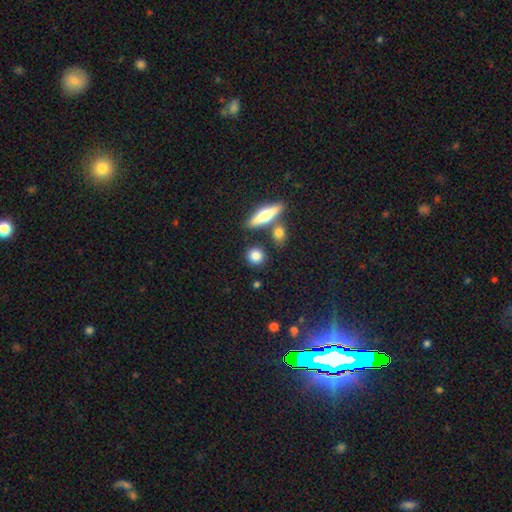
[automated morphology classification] Smooth or featured? Predicted: smooth (p=0.81). How rounded? Predicted: round (p=0.77). Merging? Predicted: none (p=0.80).